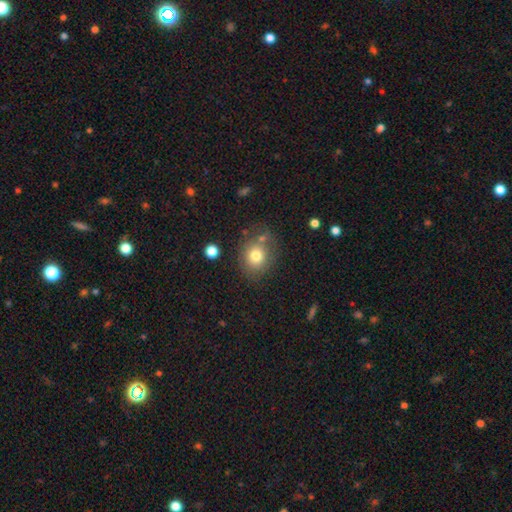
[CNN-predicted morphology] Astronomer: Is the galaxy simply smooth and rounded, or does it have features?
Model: smooth — 76%.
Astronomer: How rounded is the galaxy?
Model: round — 72%.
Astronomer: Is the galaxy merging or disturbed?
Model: none — 67%.